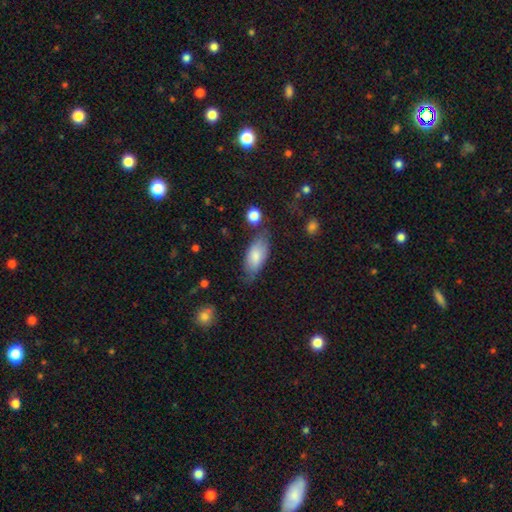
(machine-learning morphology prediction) Smooth or featured?
  - smooth: 79% *
  - featured or disk: 15%
  - star or artifact: 6%
How rounded?
  - in between: 87% *
  - cigar-shaped: 11%
  - round: 2%
Merging?
  - none: 61% *
  - minor disturbance: 26%
  - major disturbance: 8%
  - merger: 5%